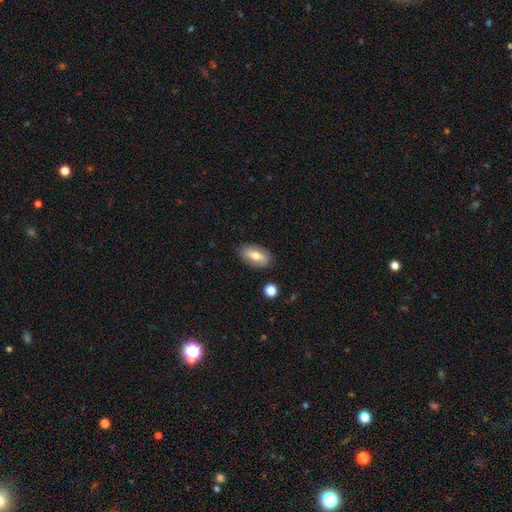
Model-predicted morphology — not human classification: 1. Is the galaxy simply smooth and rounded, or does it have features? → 65% smooth, 28% featured or disk, 7% star or artifact.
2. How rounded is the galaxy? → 87% in between, 8% cigar-shaped, 5% round.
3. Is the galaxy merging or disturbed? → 83% none, 12% minor disturbance, 3% major disturbance, 2% merger.